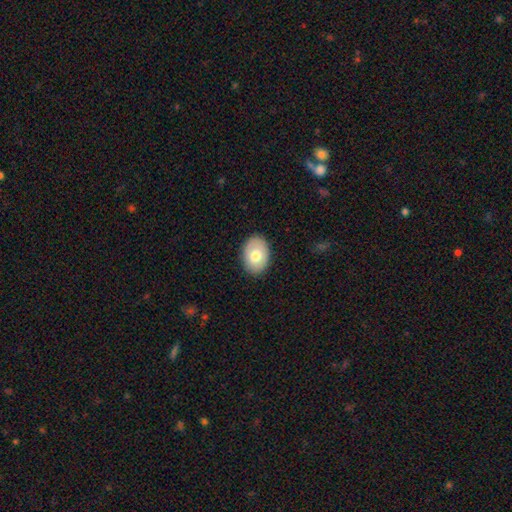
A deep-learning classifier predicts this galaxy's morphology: smooth_or_featured: smooth (p=0.75) [alt: featured or disk p=0.18]
how_rounded: in between (p=0.82) [alt: round p=0.17]
merging: none (p=0.87) [alt: minor disturbance p=0.10]